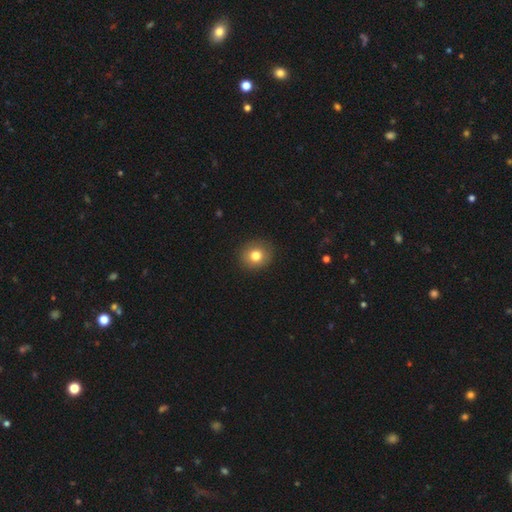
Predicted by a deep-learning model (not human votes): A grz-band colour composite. It shows a smooth galaxy with no disk features (79%) that is round (86%). Merging: none (91%).